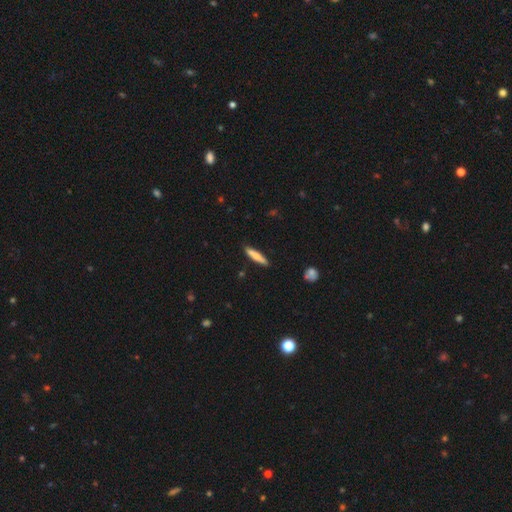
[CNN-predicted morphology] Smooth or featured: smooth — 69% (featured or disk — 26%)
How rounded: cigar-shaped — 87% (in between — 12%)
Merging: none — 87% (minor disturbance — 10%)